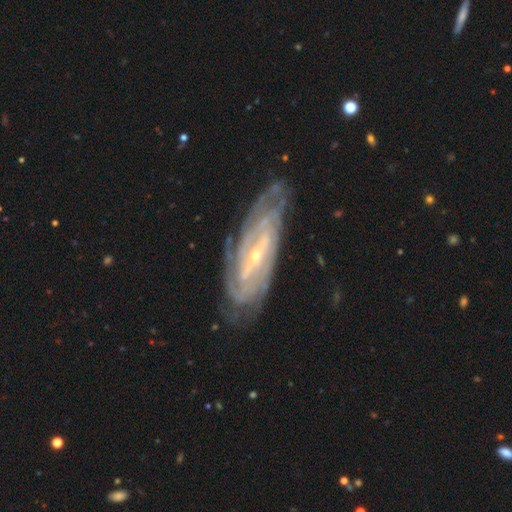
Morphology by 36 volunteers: featured or disk 94%, smooth 3%, star or artifact 3%. Down the decision tree: edge-on disk — no (88%); bar — strong (73%); spiral arms — yes (97%); spiral arm count — can't tell (41%); spiral winding — tight (59%); bulge size — small (80%); merging — none (46%).